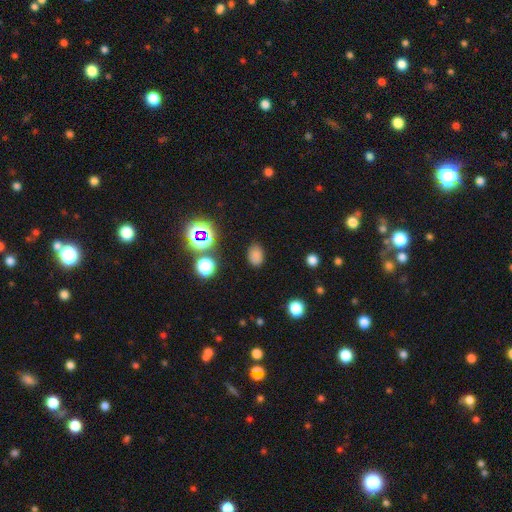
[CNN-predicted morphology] Smooth or featured?
  - smooth: 75% *
  - star or artifact: 19%
  - featured or disk: 5%
How rounded?
  - in between: 75% *
  - round: 24%
  - cigar-shaped: 1%
Merging?
  - none: 82% *
  - minor disturbance: 12%
  - major disturbance: 4%
  - merger: 2%